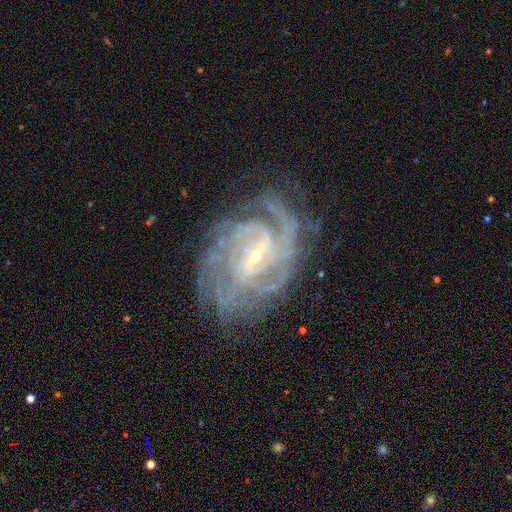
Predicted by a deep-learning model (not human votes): smooth-or-featured: featured or disk: 91% | star or artifact: 5% | smooth: 4%
  disk-edge-on: no: 97% | yes: 3%
    bar: weak: 45% | strong: 36% | no: 19%
    has-spiral-arms: yes: 98% | no: 2%
      spiral-winding: tight: 65% | medium: 29% | loose: 5%
      spiral-arm-count: 4: 23% (tied) | can't tell: 23% (tied) | 3: 19% | 2: 18% | more than 4: 10% | 1: 7%
    bulge-size: small: 79% | moderate: 17% | none: 1% | large: 1% | dominant: 1%
  merging: none: 69% | minor disturbance: 19% | major disturbance: 10% | merger: 2%